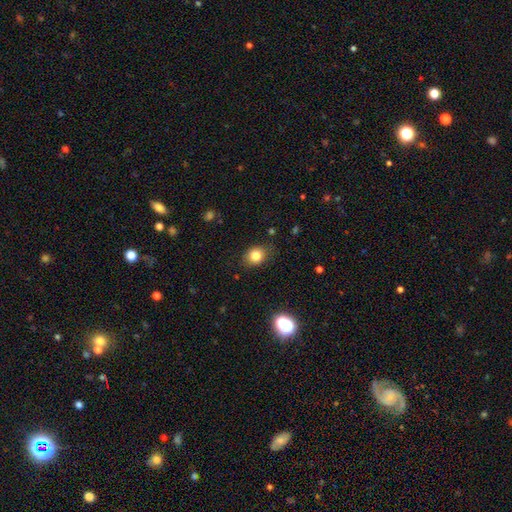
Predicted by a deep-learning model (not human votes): Q: Smooth or featured?
A: smooth (81%); runner-up: star or artifact (11%)
Q: How rounded?
A: round (54%); runner-up: in between (45%)
Q: Merging?
A: none (80%); runner-up: minor disturbance (15%)